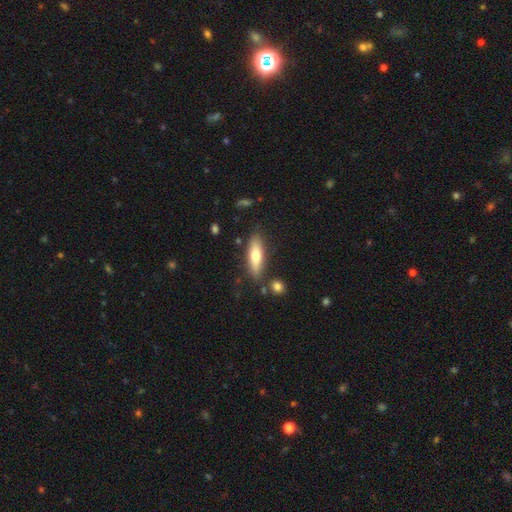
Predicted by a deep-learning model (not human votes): This appears to be a smooth galaxy with no disk features (65%) that is cigar-shaped (55%). Merging: none (80%).